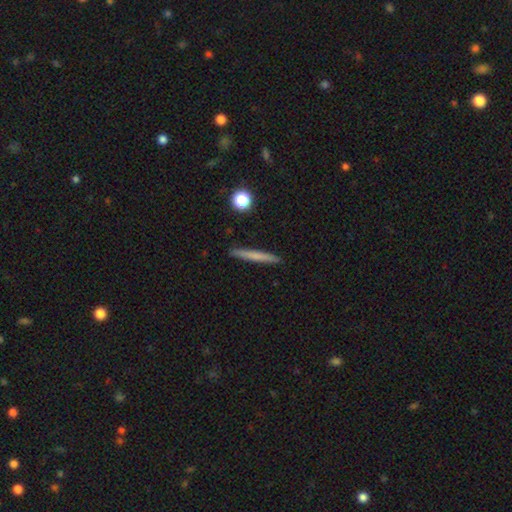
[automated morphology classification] Smooth or featured?
  - smooth: 66% *
  - featured or disk: 28%
  - star or artifact: 7%
How rounded?
  - cigar-shaped: 96% *
  - in between: 3%
  - round: 2%
Merging?
  - none: 91% *
  - minor disturbance: 6%
  - major disturbance: 1%
  - merger: 1%